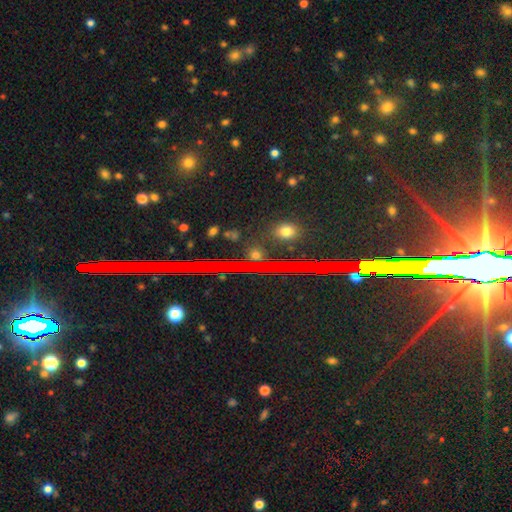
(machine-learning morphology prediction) This appears to be a star or artifact, not a galaxy (54%).